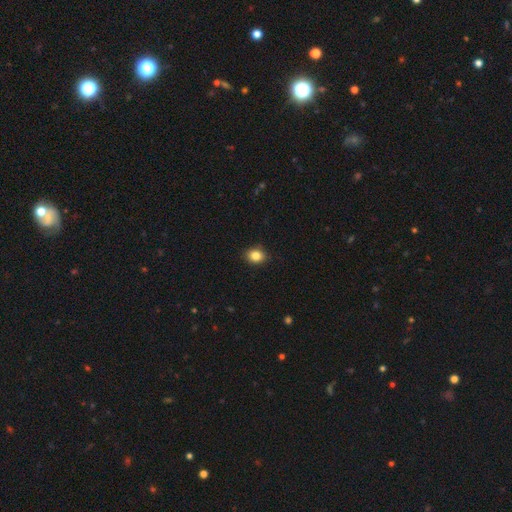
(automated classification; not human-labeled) A smooth galaxy with no disk features (85%) that is round (56%).

Vote fractions:
- Smooth or featured? smooth: 85% / star or artifact: 10% / featured or disk: 5%
- How rounded? round: 56% / in between: 43% / cigar-shaped: 1%
- Merging? none: 89% / minor disturbance: 8% / major disturbance: 2% / merger: 1%